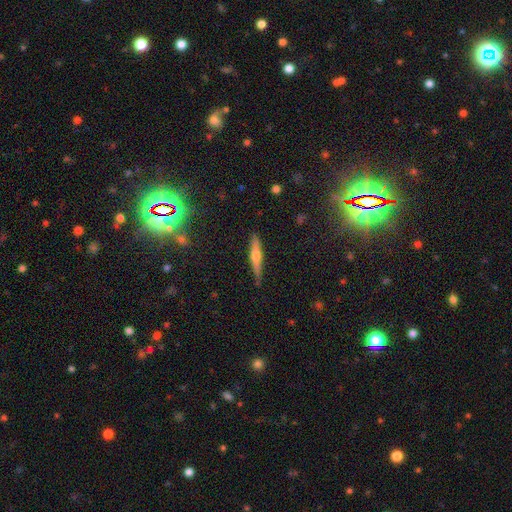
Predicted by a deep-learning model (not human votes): Q: Smooth or featured?
A: featured or disk (50%); runner-up: smooth (42%)
Q: Edge-on disk?
A: yes (95%); runner-up: no (5%)
Q: Merging?
A: none (84%); runner-up: minor disturbance (12%)